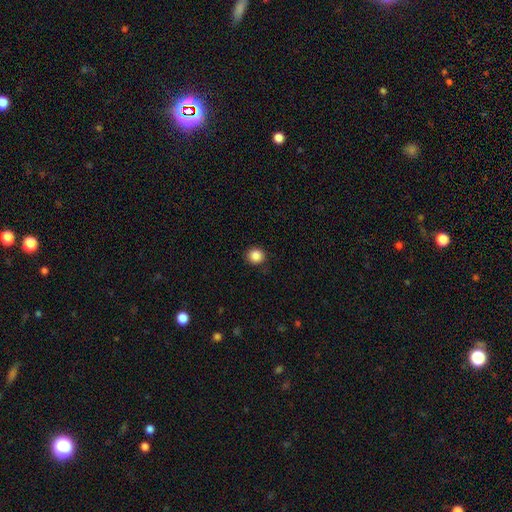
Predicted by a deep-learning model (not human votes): The model was most divided on "smooth or featured": smooth: 87%, star or artifact: 10%, featured or disk: 3%. More confident: how rounded — round (92%); merging — none (90%).